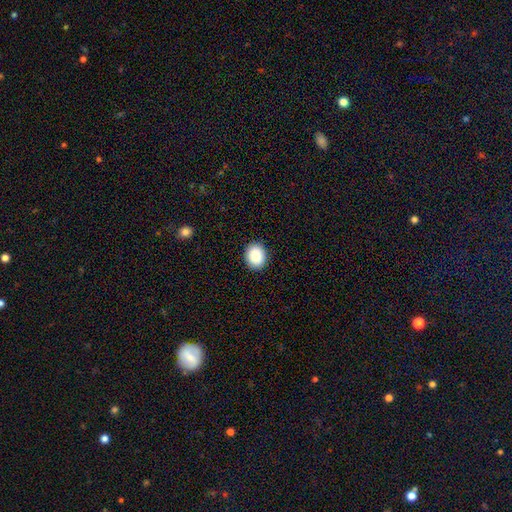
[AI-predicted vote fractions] The model was most divided on "how rounded": round: 53%, in between: 46%, cigar-shaped: 1%. More confident: merging — none (91%); smooth or featured — smooth (89%).